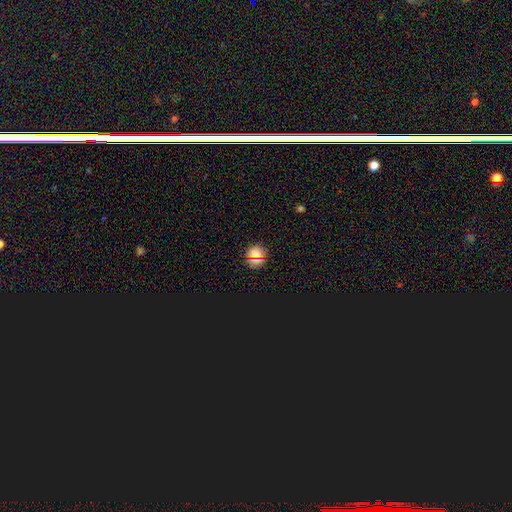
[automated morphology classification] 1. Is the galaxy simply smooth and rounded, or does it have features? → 60% smooth, 33% star or artifact, 7% featured or disk.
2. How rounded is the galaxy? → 88% round, 11% in between, 2% cigar-shaped.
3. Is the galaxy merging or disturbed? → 89% none, 7% minor disturbance, 3% major disturbance, 2% merger.